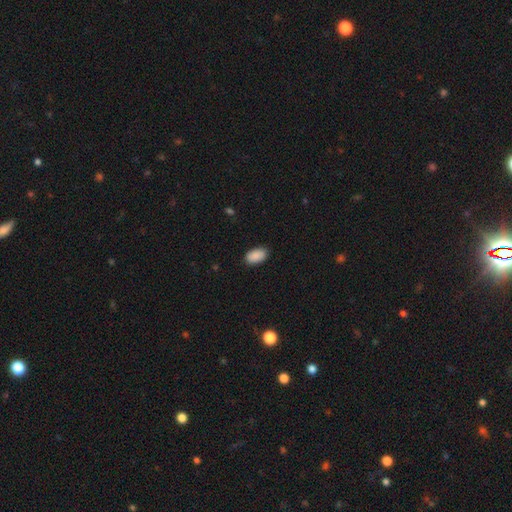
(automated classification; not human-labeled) This appears to be a smooth galaxy with no disk features (90%) that is in between round and cigar-shaped (94%). Merging: none (86%).